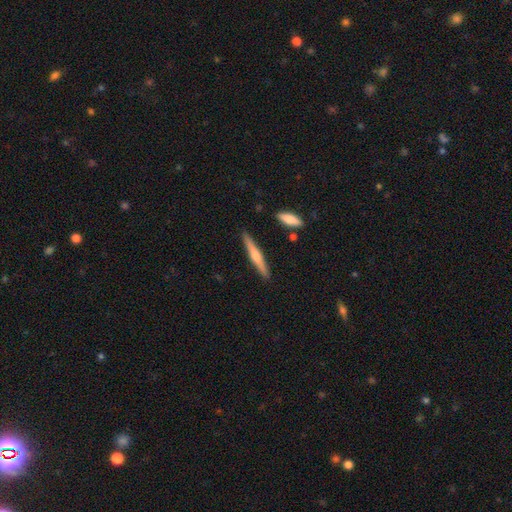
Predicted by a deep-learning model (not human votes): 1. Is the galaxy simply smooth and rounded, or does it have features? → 50% featured or disk, 45% smooth, 5% star or artifact.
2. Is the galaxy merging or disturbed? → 89% none, 8% minor disturbance, 2% merger, 2% major disturbance.